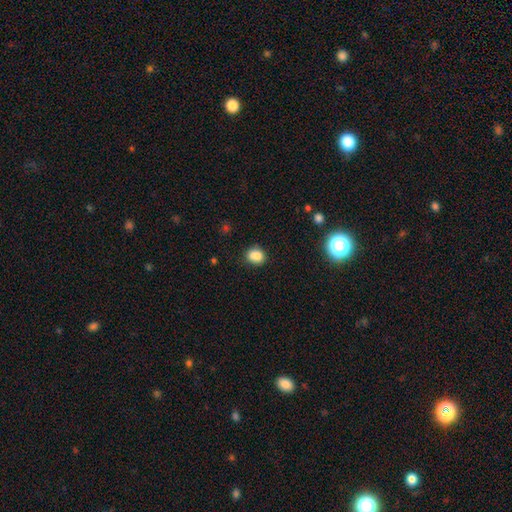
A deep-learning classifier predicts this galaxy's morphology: Smooth or featured? smooth (81%)
How rounded? round (63%)
Merging? none (62%)